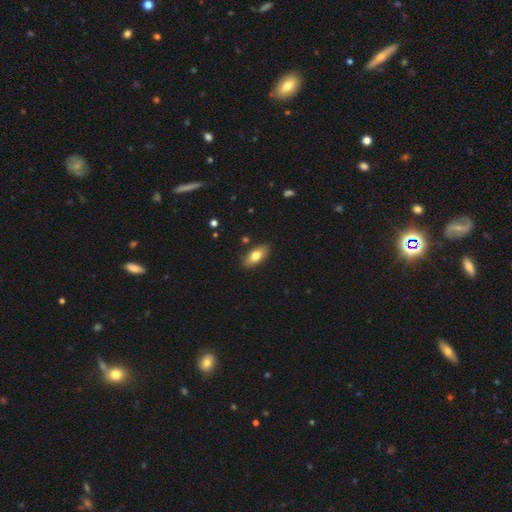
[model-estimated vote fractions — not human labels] smooth_or_featured: smooth (p=0.73) [alt: featured or disk p=0.20]
how_rounded: in between (p=0.84) [alt: cigar-shaped p=0.12]
merging: none (p=0.87) [alt: minor disturbance p=0.09]